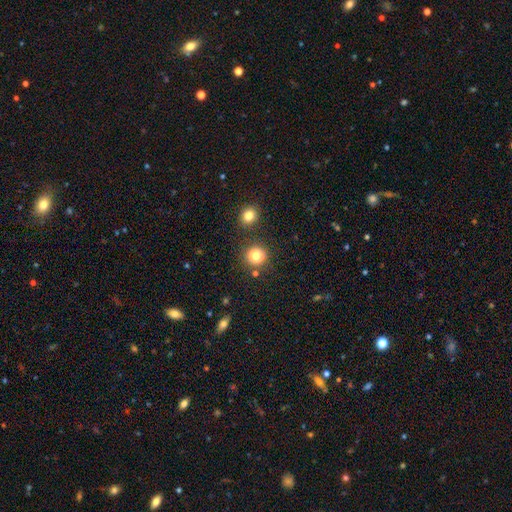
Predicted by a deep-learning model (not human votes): smooth 82%, star or artifact 11%, featured or disk 7%. Down the decision tree: how rounded — round (91%); merging — none (83%).